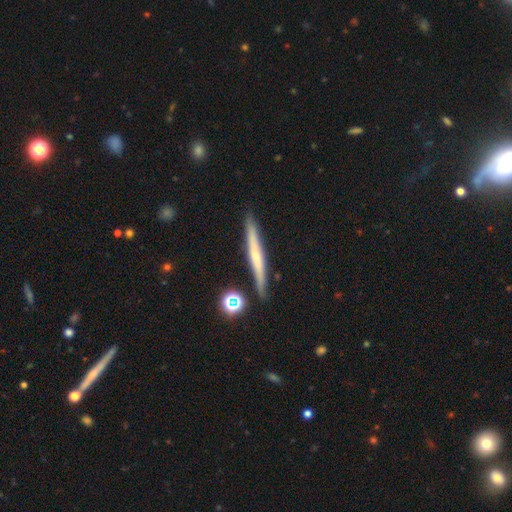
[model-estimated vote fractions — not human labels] This appears to be a featured or disk galaxy (58%) viewed edge-on (95%) with a rounded central bulge (49%). Merging: none (86%).